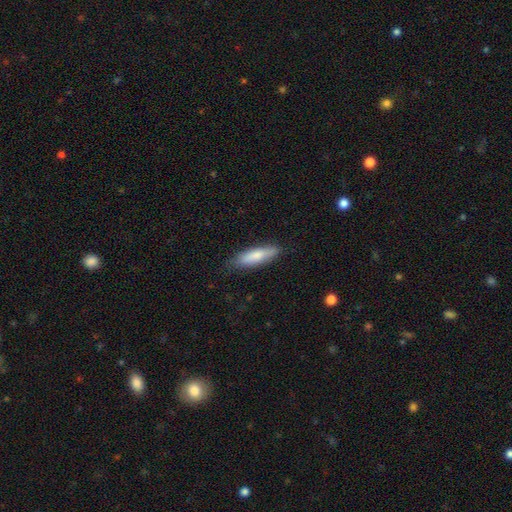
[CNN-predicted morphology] A smooth galaxy with no disk features (77%) that is cigar-shaped (65%). Merging: none (81%).